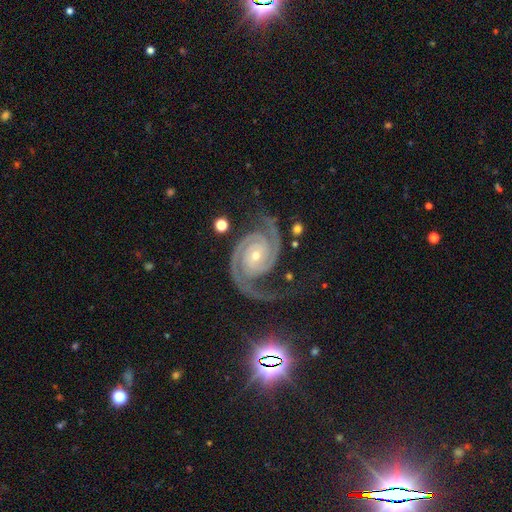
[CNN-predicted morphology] Smooth or featured: featured or disk — 93% (star or artifact — 5%)
Edge-on disk: no — 98% (yes — 2%)
Bar: no — 68% (weak — 20%)
Spiral arms: yes — 99% (no — 1%)
Spiral winding: tight — 61% (medium — 34%)
Spiral arm count: 2 — 90% (3 — 4%)
Bulge size: small — 68% (moderate — 29%)
Merging: none — 72% (minor disturbance — 16%)